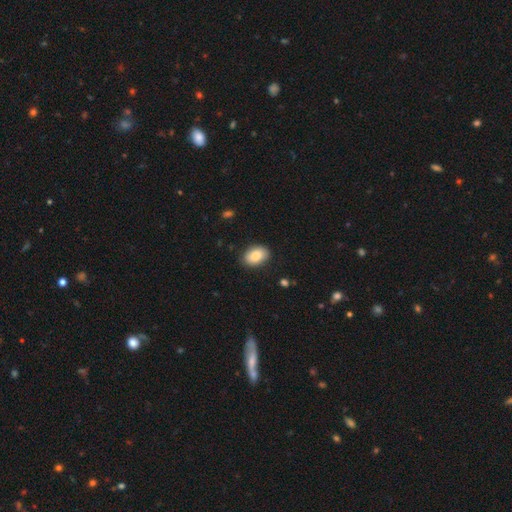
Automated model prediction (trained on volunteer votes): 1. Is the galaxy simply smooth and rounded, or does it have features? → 84% smooth, 9% featured or disk, 7% star or artifact.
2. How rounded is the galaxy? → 83% in between, 16% round, 1% cigar-shaped.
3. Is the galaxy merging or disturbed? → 88% none, 9% minor disturbance, 2% major disturbance, 1% merger.